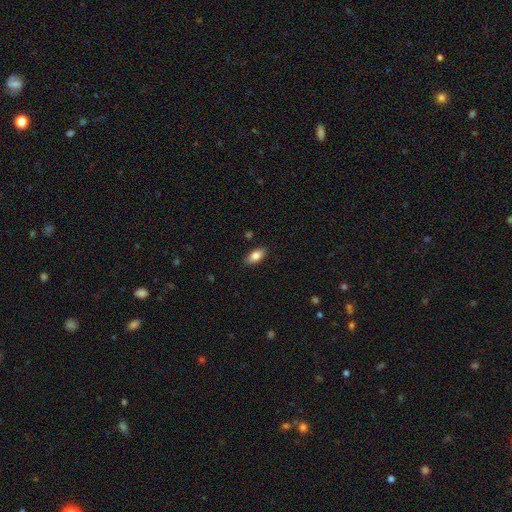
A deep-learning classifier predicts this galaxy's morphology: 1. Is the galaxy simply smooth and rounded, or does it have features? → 83% smooth, 10% featured or disk, 7% star or artifact.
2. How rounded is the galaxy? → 90% in between, 7% cigar-shaped, 3% round.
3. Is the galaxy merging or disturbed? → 87% none, 10% minor disturbance, 2% major disturbance, 1% merger.